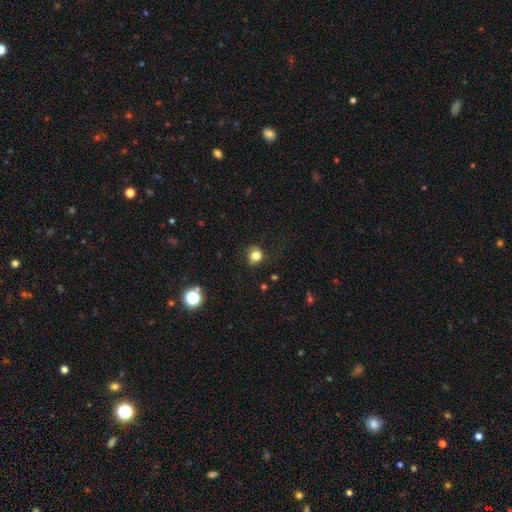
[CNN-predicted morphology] smooth_or_featured: smooth (p=0.81) [alt: star or artifact p=0.12]
how_rounded: round (p=0.81) [alt: in between p=0.18]
merging: none (p=0.80) [alt: minor disturbance p=0.14]